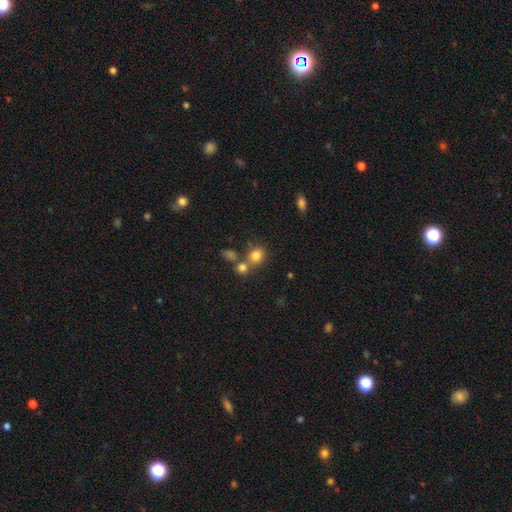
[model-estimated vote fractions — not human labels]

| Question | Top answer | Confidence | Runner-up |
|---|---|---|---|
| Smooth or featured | smooth | 79% | star or artifact (13%) |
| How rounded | round | 71% | in between (28%) |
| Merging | none | 56% | merger (30%) |